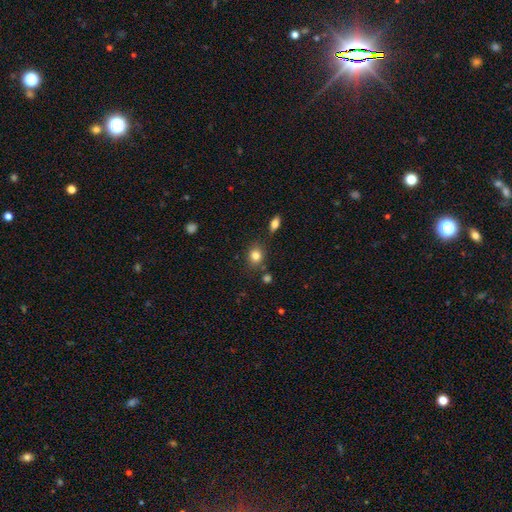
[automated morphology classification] smooth-or-featured: smooth: 82% | star or artifact: 11% | featured or disk: 7%
  how-rounded: round: 64% | in between: 34% | cigar-shaped: 1%
  merging: none: 78% | minor disturbance: 13% | merger: 6% | major disturbance: 3%